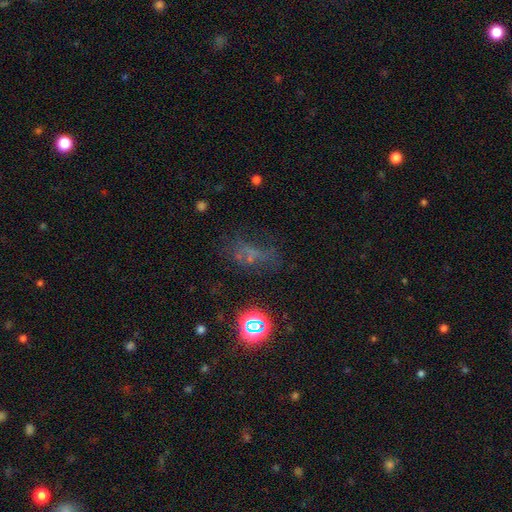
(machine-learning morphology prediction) smooth-or-featured: star or artifact: 43% | smooth: 34% | featured or disk: 23%